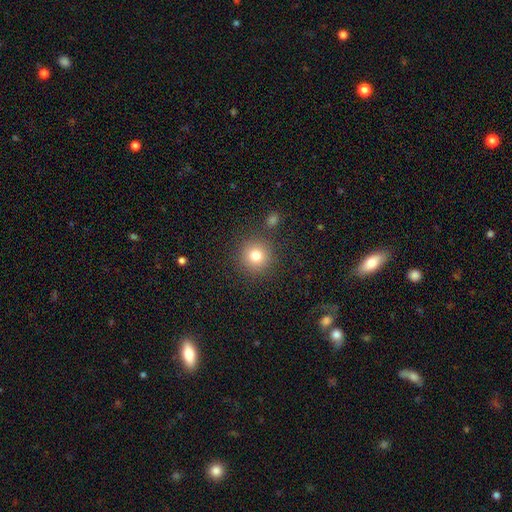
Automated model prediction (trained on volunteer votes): This appears to be a smooth galaxy with no disk features (79%) that is round (94%). Merging: none (86%).